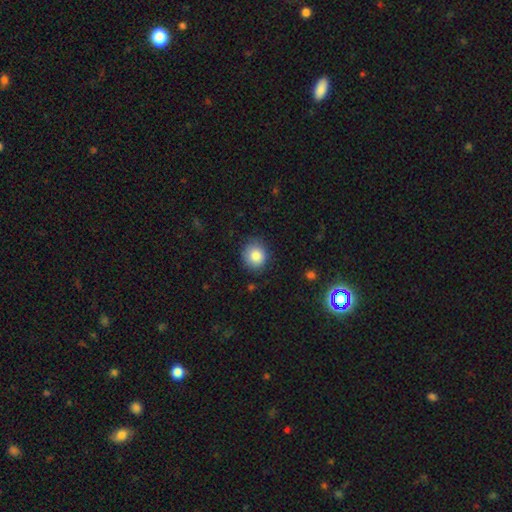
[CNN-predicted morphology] Smooth or featured?
  - smooth: 85% *
  - star or artifact: 9%
  - featured or disk: 6%
How rounded?
  - round: 82% *
  - in between: 17%
  - cigar-shaped: 1%
Merging?
  - none: 82% *
  - minor disturbance: 14%
  - major disturbance: 3%
  - merger: 1%